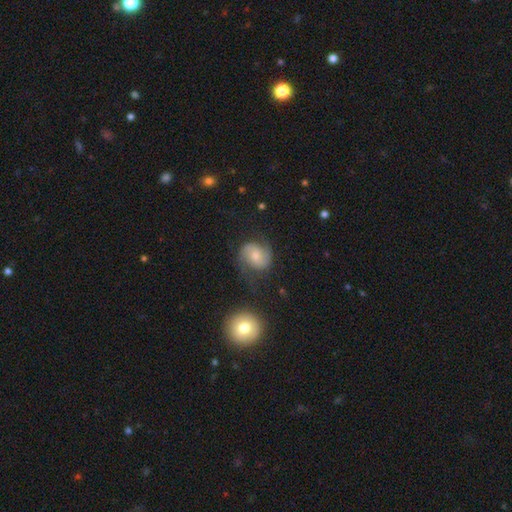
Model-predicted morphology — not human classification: smooth_or_featured: featured or disk (p=0.60) [alt: smooth p=0.31]
disk_edge_on: no (p=0.97) [alt: yes p=0.03]
bar: no (p=0.57) [alt: weak p=0.35]
has_spiral_arms: yes (p=0.91) [alt: no p=0.09]
spiral_winding: medium (p=0.49) [alt: loose p=0.27]
spiral_arm_count: 2 (p=0.88) [alt: can't tell p=0.06]
bulge_size: moderate (p=0.51) [alt: small p=0.35]
merging: none (p=0.64) [alt: minor disturbance p=0.20]